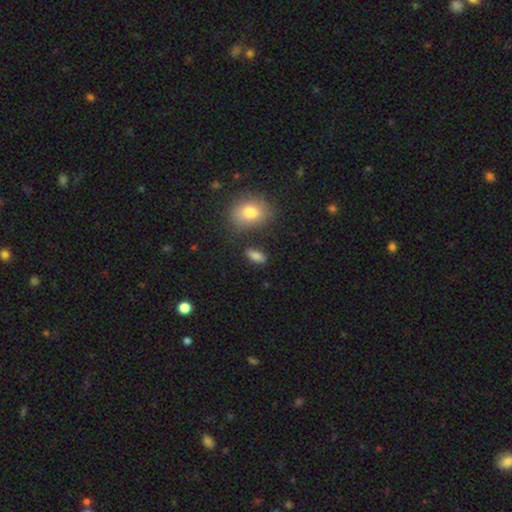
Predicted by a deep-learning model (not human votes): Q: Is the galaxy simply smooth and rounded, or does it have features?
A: smooth — 81%.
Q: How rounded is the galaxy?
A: in between — 76%.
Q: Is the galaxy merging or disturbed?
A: none — 79%.